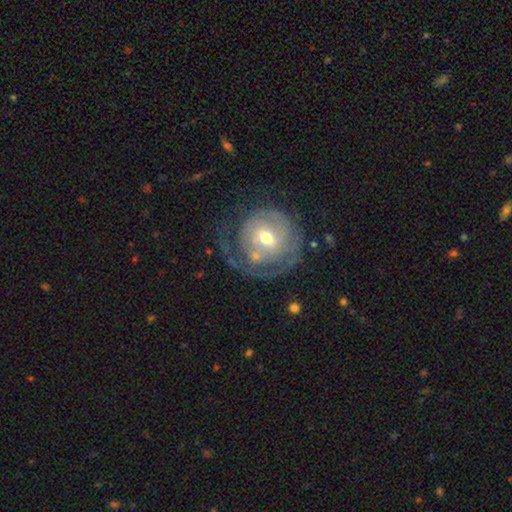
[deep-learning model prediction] Morphology: type=featured or disk (65%); edge-on=no (96%); bar=no (55%); spiral arms=yes (66%); bulge=moderate (63%); merging=none (47%).